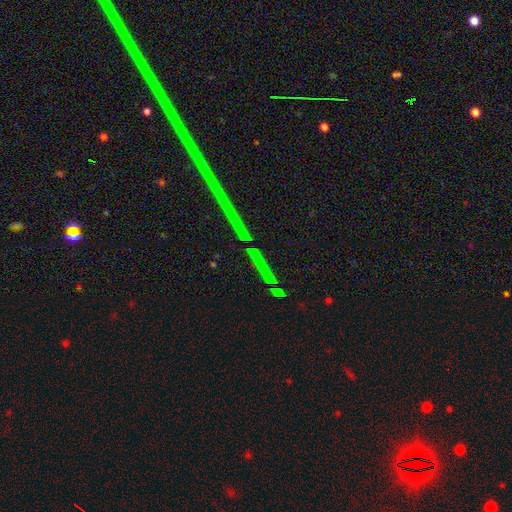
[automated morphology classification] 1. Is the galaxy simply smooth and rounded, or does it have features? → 72% star or artifact, 17% featured or disk, 11% smooth.